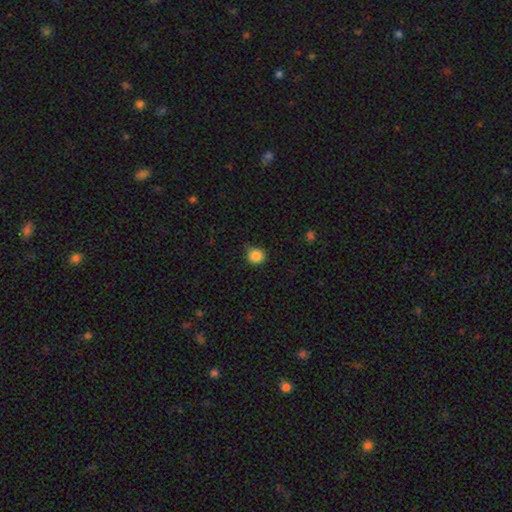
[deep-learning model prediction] Smooth or featured?
  - smooth: 86% *
  - star or artifact: 11%
  - featured or disk: 4%
How rounded?
  - round: 90% *
  - in between: 9%
  - cigar-shaped: 1%
Merging?
  - none: 76% *
  - minor disturbance: 19%
  - major disturbance: 3%
  - merger: 1%